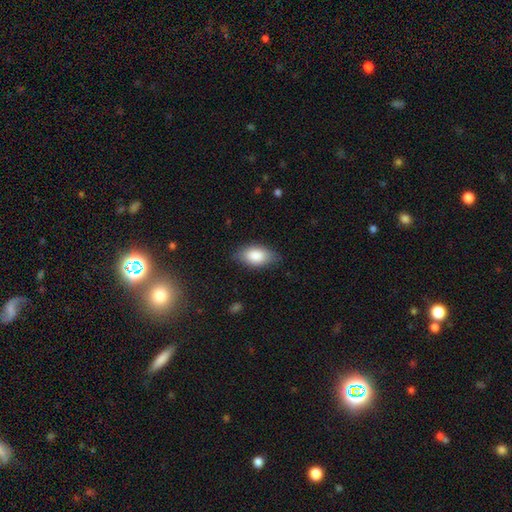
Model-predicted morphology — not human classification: smooth-or-featured: smooth: 86% | featured or disk: 8% | star or artifact: 6%
  how-rounded: in between: 92% | round: 5% | cigar-shaped: 3%
  merging: none: 77% | minor disturbance: 18% | major disturbance: 4% | merger: 1%